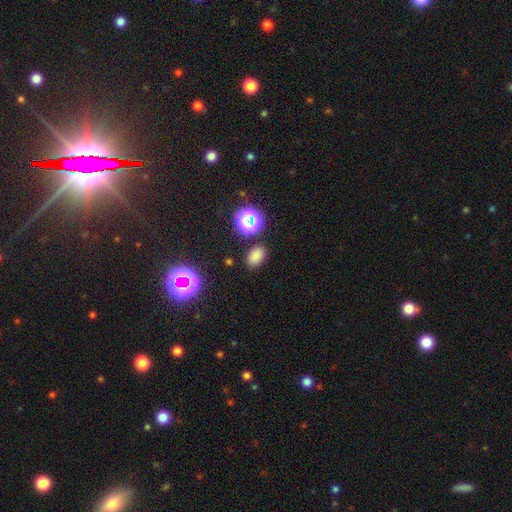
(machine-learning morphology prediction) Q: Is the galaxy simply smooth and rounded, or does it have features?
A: smooth — 77%.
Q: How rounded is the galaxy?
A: in between — 79%.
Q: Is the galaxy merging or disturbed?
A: none — 84%.